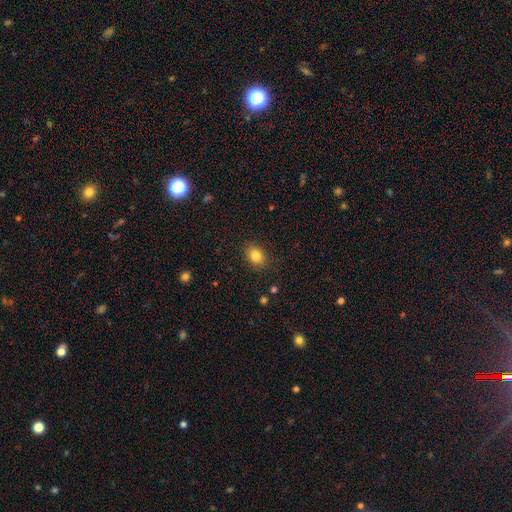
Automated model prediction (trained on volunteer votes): Smooth or featured? Predicted: smooth (p=0.83). How rounded? Predicted: in between (p=0.59). Merging? Predicted: none (p=0.86).